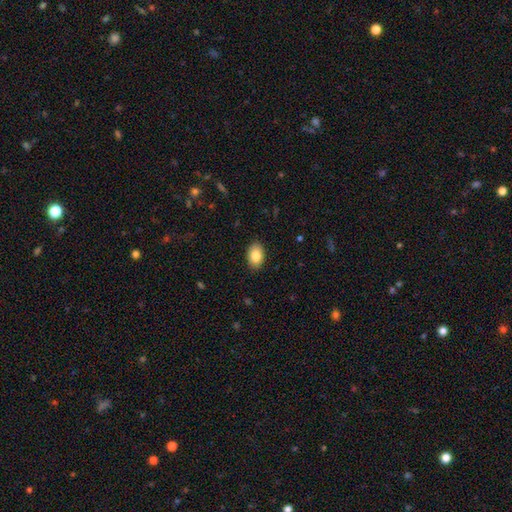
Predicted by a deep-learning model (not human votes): This is clearly a smooth galaxy (86%). How rounded: clearly in between (87%). Merging: clearly none (89%).